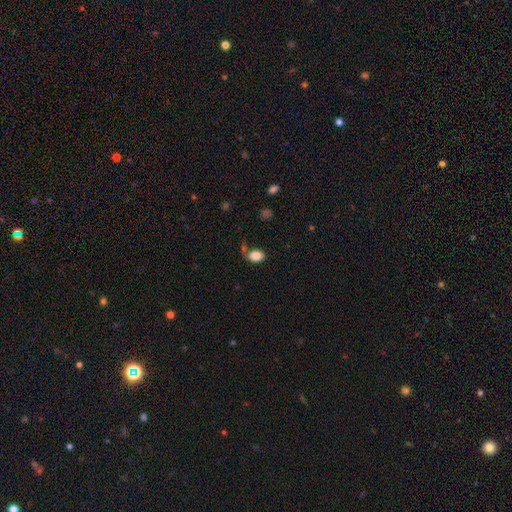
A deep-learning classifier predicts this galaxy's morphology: A smooth galaxy with no disk features (85%) that is in between round and cigar-shaped (81%).

Vote fractions:
- Smooth or featured? smooth: 85% / star or artifact: 9% / featured or disk: 6%
- How rounded? in between: 81% / round: 18% / cigar-shaped: 1%
- Merging? none: 66% / minor disturbance: 18% / merger: 9% / major disturbance: 7%